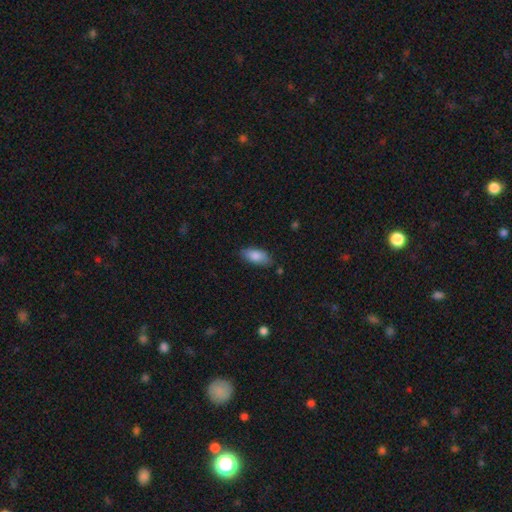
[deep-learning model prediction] Smooth or featured: smooth — 84% (featured or disk — 9%)
How rounded: in between — 87% (cigar-shaped — 11%)
Merging: none — 81% (minor disturbance — 15%)